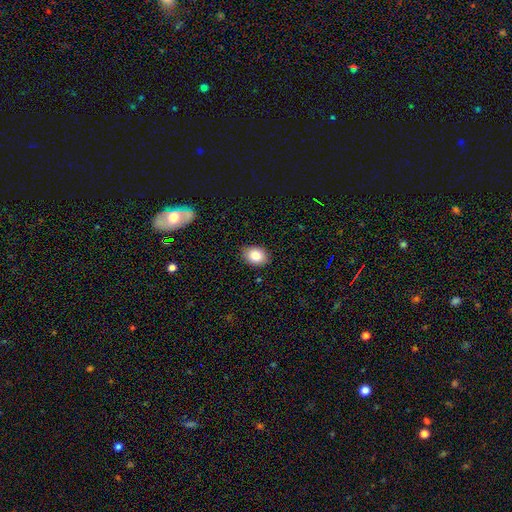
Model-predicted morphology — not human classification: Smooth or featured? Predicted: smooth (p=0.84). How rounded? Predicted: in between (p=0.66). Merging? Predicted: none (p=0.89).